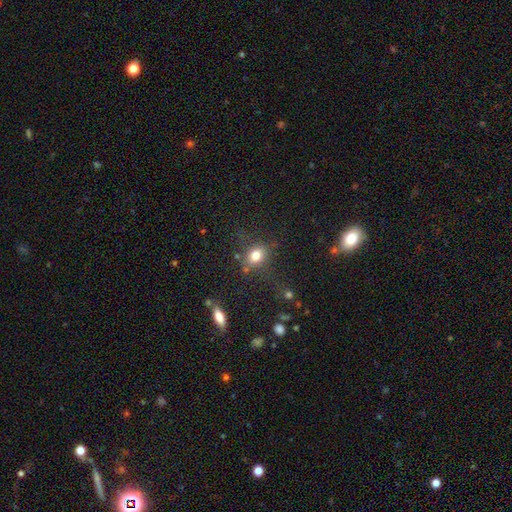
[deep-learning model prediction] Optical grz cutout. It shows a smooth galaxy with no disk features (78%) that is in between round and cigar-shaped (52%). Merging: none (69%).